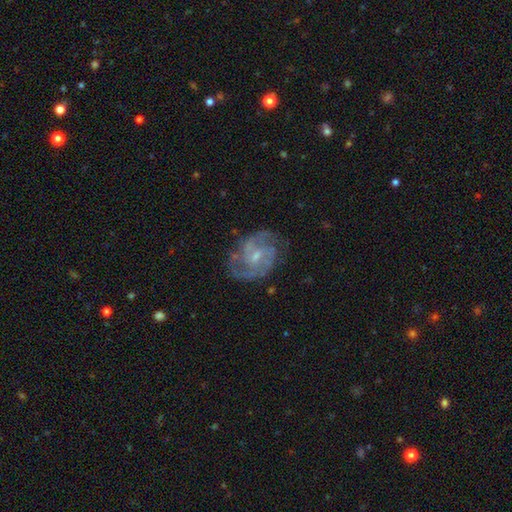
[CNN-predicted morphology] A featured or disk galaxy (86%) with a weak bar (54%), 2 (60%) medium (52%) spiral arms (95%) and a small central bulge (58%). Merging: none (71%).